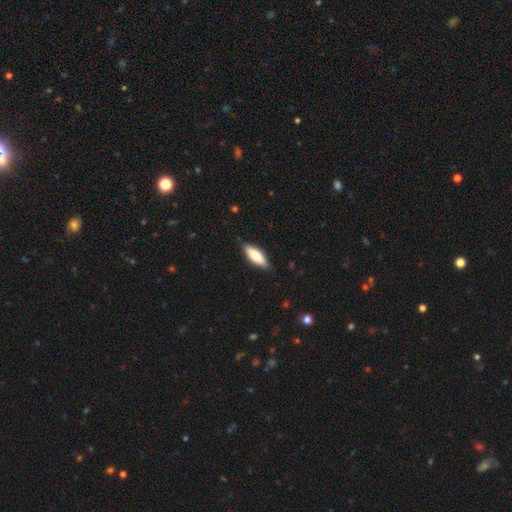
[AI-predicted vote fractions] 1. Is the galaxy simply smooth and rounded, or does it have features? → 77% smooth, 18% featured or disk, 5% star or artifact.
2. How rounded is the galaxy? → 65% in between, 34% cigar-shaped, 2% round.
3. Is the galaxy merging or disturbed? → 86% none, 11% minor disturbance, 2% major disturbance, 1% merger.